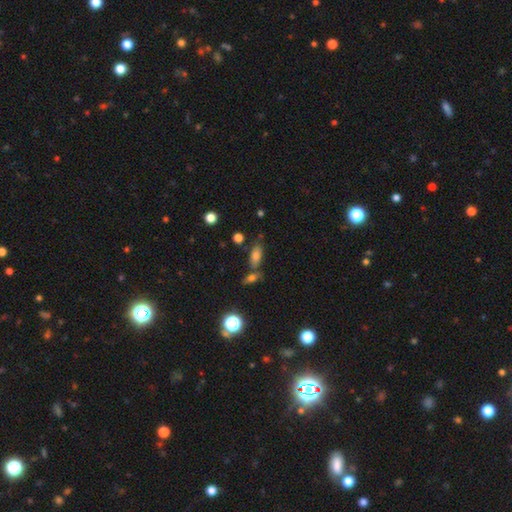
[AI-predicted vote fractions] Morphology: type=smooth (74%); roundness=in between (82%); merging=none (60%).